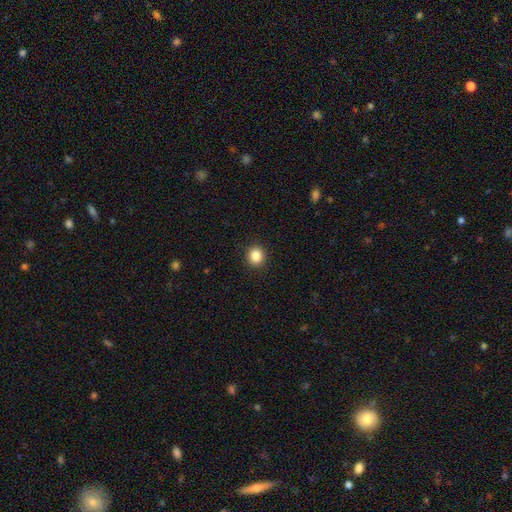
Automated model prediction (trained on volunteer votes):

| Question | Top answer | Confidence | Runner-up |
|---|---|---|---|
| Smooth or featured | smooth | 86% | star or artifact (10%) |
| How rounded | round | 89% | in between (11%) |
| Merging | none | 92% | minor disturbance (5%) |